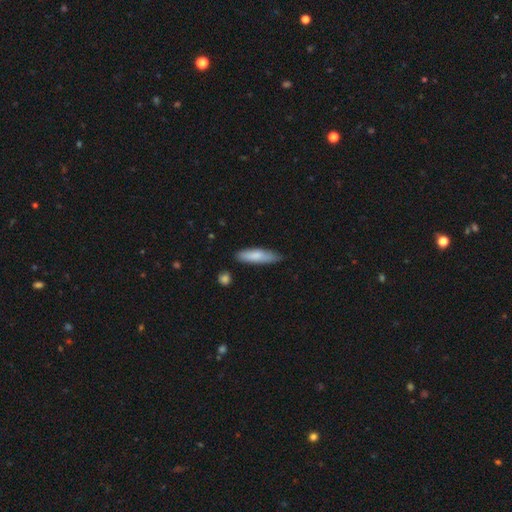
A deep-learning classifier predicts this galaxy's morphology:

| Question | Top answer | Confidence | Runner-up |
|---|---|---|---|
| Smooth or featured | smooth | 80% | featured or disk (15%) |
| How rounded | cigar-shaped | 61% | in between (37%) |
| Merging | none | 74% | minor disturbance (20%) |